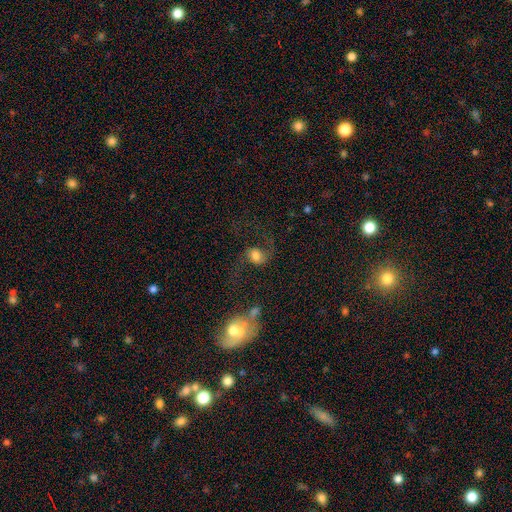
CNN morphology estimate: Smooth or featured? Predicted: featured or disk (p=0.57). Edge-on disk? Predicted: no (p=0.96). Bar? Predicted: no (p=0.53). Spiral arms? Predicted: yes (p=0.88). Bulge size? Predicted: moderate (p=0.48). Merging? Predicted: none (p=0.52).